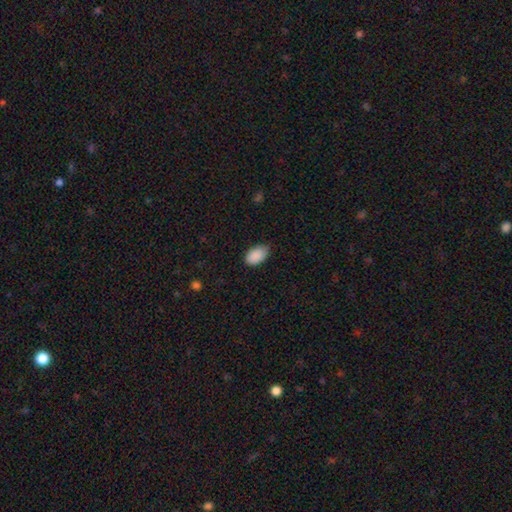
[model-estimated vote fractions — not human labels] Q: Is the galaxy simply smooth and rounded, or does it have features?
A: smooth — 90%.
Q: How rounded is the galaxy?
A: in between — 93%.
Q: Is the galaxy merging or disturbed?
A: none — 75%.